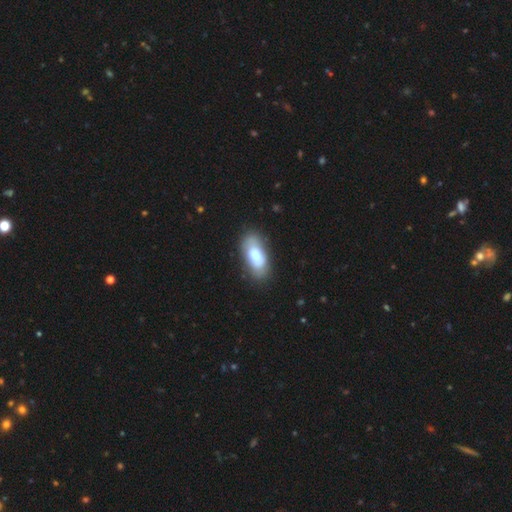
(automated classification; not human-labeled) smooth_or_featured: smooth (p=0.70) [alt: featured or disk p=0.24]
how_rounded: in between (p=0.91) [alt: cigar-shaped p=0.06]
merging: none (p=0.77) [alt: minor disturbance p=0.17]